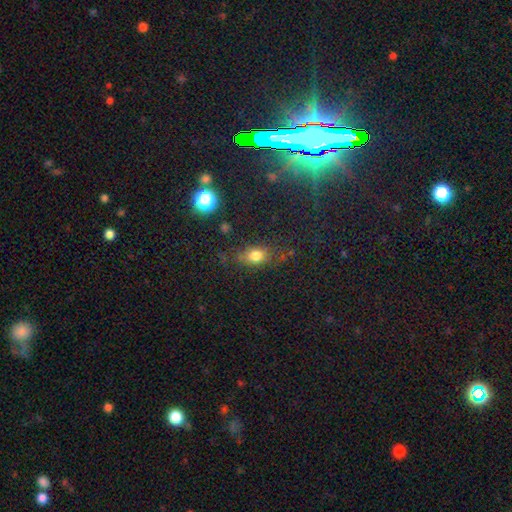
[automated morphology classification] This appears to be a smooth galaxy with no disk features (73%) that is in between round and cigar-shaped (62%). Merging: none (71%).